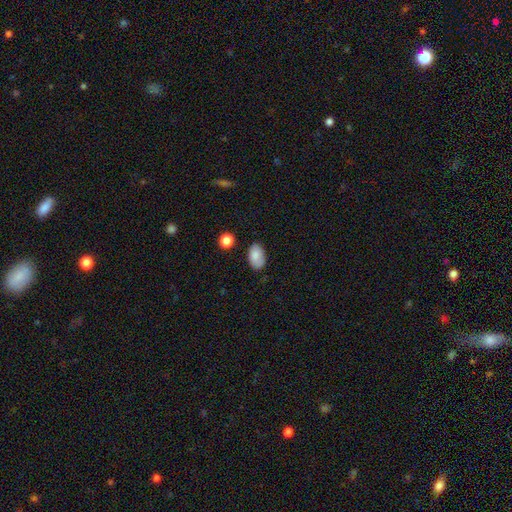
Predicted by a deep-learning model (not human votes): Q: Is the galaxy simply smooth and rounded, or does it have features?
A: smooth — 82%.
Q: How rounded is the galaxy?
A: in between — 91%.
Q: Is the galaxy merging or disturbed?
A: none — 74%.